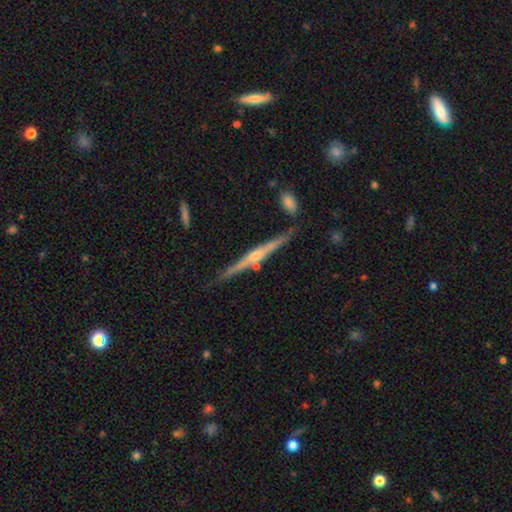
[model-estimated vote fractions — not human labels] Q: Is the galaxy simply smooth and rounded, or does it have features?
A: featured or disk — 81%.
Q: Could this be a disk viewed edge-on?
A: yes — 98%.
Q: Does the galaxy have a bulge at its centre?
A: rounded — 80%.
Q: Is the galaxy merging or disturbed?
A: none — 83%.